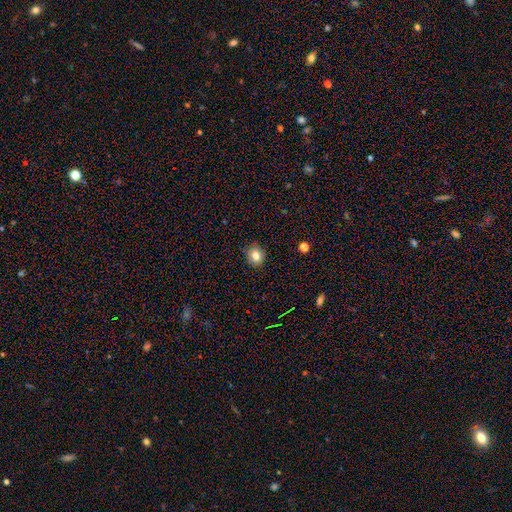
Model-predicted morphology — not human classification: smooth-or-featured: smooth: 81% | star or artifact: 11% | featured or disk: 8%
  how-rounded: round: 75% | in between: 24% | cigar-shaped: 1%
  merging: none: 87% | minor disturbance: 10% | major disturbance: 2% | merger: 1%